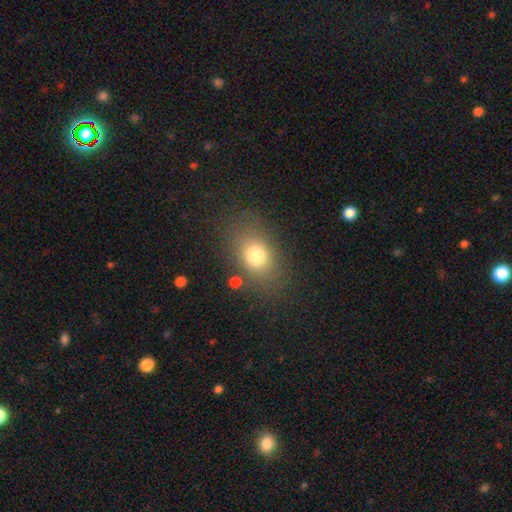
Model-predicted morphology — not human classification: smooth-or-featured: smooth: 76% | star or artifact: 13% | featured or disk: 11%
  how-rounded: in between: 66% | round: 33% | cigar-shaped: 2%
  merging: none: 78% | minor disturbance: 12% | major disturbance: 6% | merger: 4%